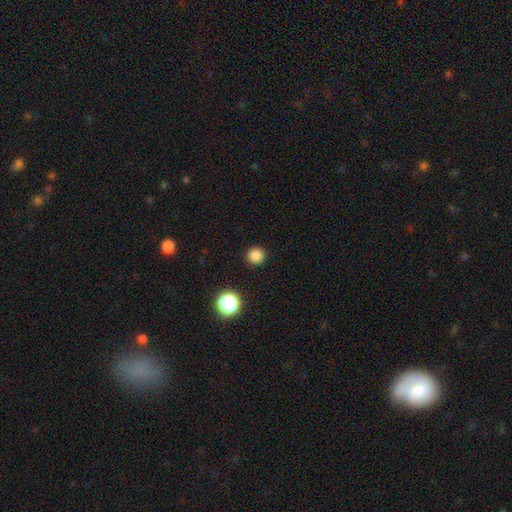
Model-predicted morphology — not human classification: This appears to be a smooth galaxy with no disk features (83%) that is round (95%). Merging: none (92%).